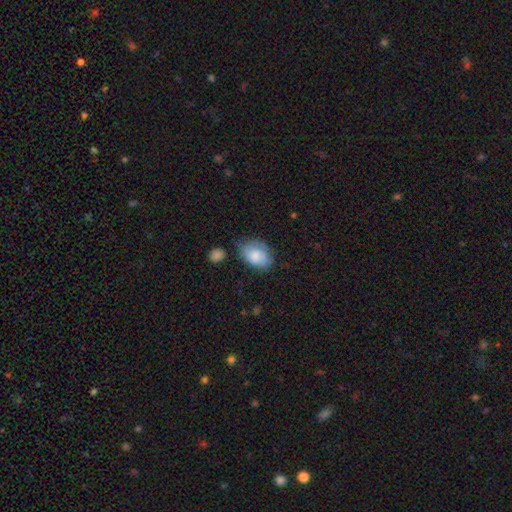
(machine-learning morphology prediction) smooth 74%, featured or disk 19%, star or artifact 7%. Down the decision tree: how rounded — in between (82%); merging — none (54%).